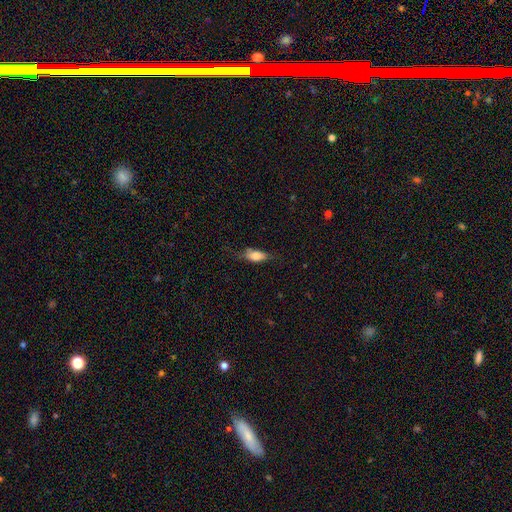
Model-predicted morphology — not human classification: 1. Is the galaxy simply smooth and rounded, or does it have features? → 74% smooth, 19% featured or disk, 8% star or artifact.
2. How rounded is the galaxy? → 76% in between, 20% cigar-shaped, 4% round.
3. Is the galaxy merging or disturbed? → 63% none, 26% minor disturbance, 10% major disturbance, 2% merger.